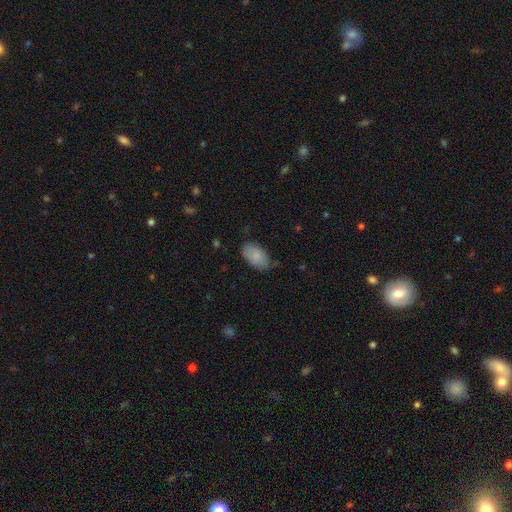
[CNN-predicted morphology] Smooth or featured? Predicted: smooth (p=0.84). How rounded? Predicted: in between (p=0.94). Merging? Predicted: none (p=0.61).